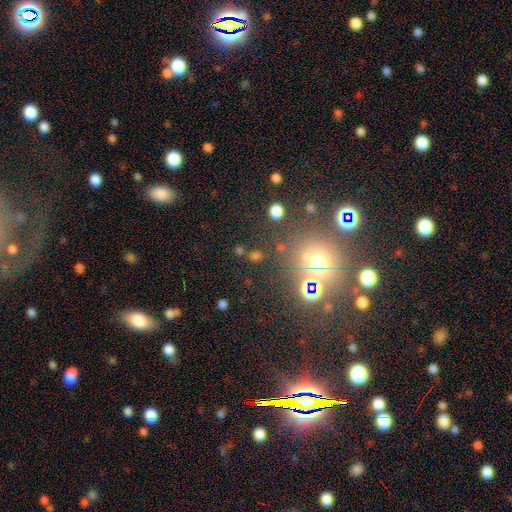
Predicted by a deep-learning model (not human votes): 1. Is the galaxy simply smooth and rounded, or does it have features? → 52% star or artifact, 39% smooth, 10% featured or disk.